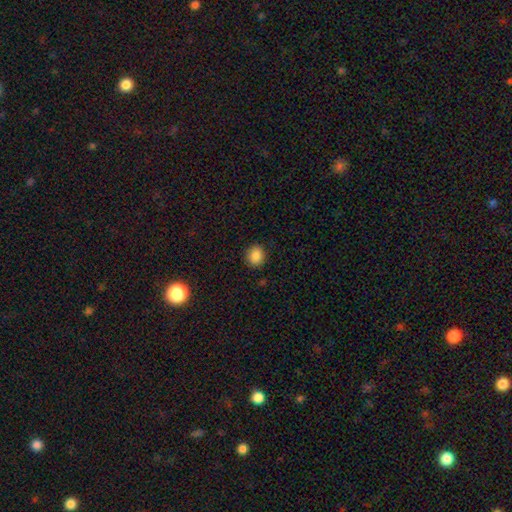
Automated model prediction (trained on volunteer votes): Smooth or featured? Predicted: smooth (p=0.87). How rounded? Predicted: round (p=0.69). Merging? Predicted: none (p=0.88).